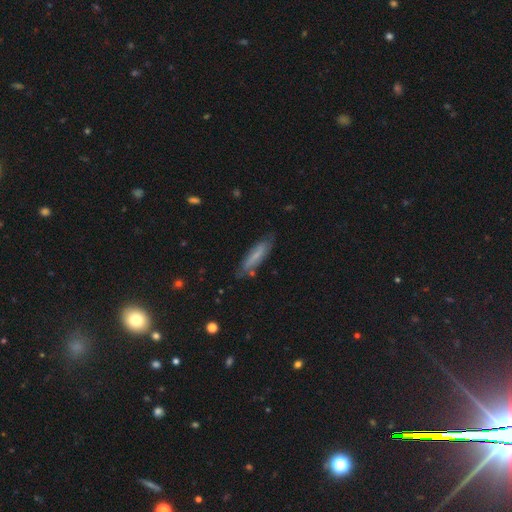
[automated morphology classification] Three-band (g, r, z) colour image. It shows a smooth galaxy with no disk features (56%) that is cigar-shaped (67%). Merging: none (73%).